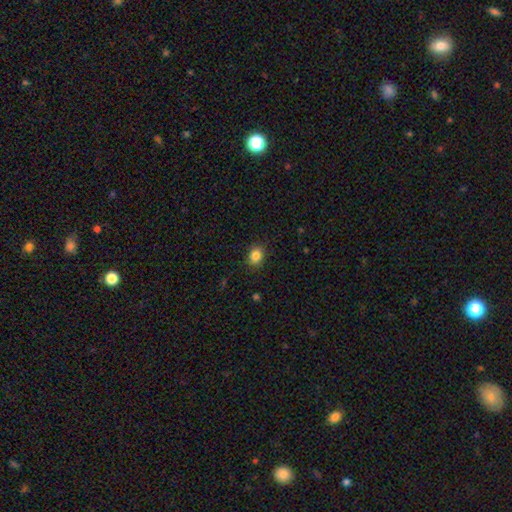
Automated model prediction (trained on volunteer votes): Smooth or featured? Predicted: smooth (p=0.84). How rounded? Predicted: round (p=0.50). Merging? Predicted: none (p=0.86).